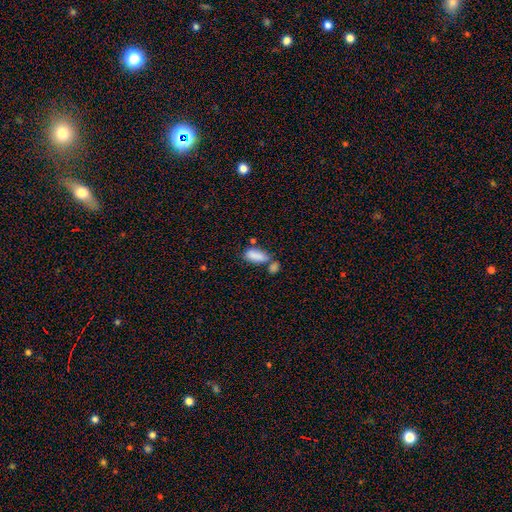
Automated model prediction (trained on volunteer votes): smooth_or_featured: smooth (p=0.85) [alt: star or artifact p=0.08]
how_rounded: in between (p=0.83) [alt: cigar-shaped p=0.14]
merging: merger (p=0.40) [tied with: none p=0.40]